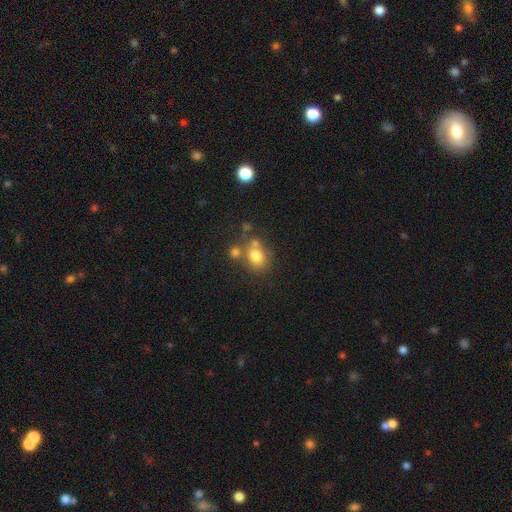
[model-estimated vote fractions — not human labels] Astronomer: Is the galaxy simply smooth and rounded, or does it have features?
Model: smooth — 75%.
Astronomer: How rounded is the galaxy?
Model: round — 60% (runner-up: in between, 39%).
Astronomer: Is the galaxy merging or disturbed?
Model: none — 52% (runner-up: merger, 29%).